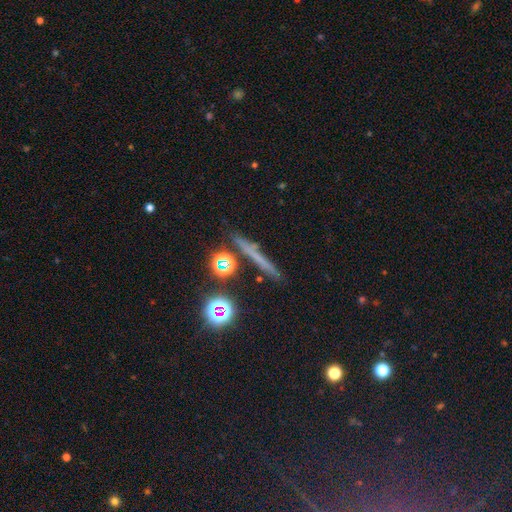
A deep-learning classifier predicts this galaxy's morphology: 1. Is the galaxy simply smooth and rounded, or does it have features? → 42% smooth, 33% featured or disk, 25% star or artifact.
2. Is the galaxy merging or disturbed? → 84% none, 9% minor disturbance, 4% merger, 3% major disturbance.